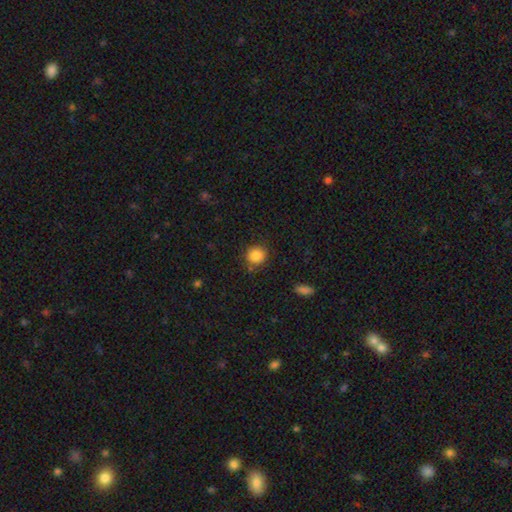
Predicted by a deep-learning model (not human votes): smooth 85%, star or artifact 10%, featured or disk 5%. Down the decision tree: how rounded — round (88%); merging — none (84%).